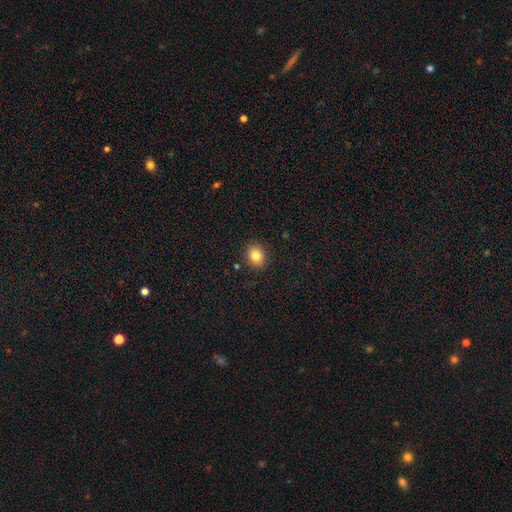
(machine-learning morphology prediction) Smooth or featured: smooth — 83% (star or artifact — 10%)
How rounded: round — 69% (in between — 30%)
Merging: none — 88% (minor disturbance — 8%)